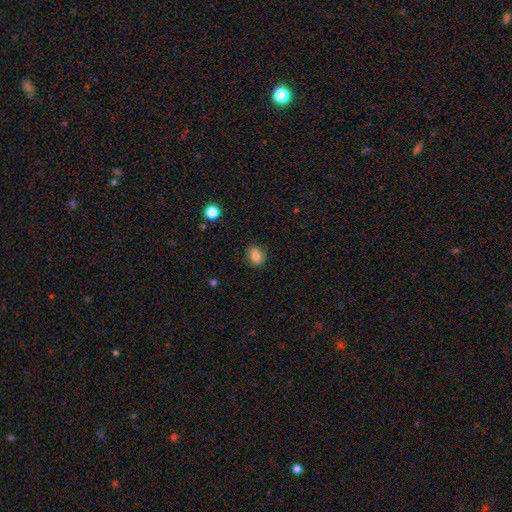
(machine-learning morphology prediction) Smooth or featured? smooth (77%)
How rounded? round (55%)
Merging? none (81%)